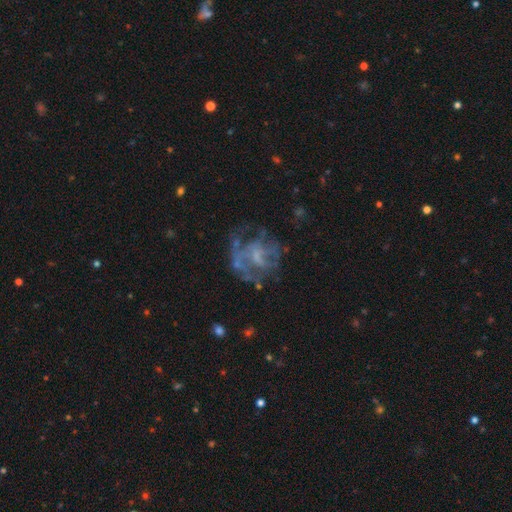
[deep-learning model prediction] A featured or disk galaxy (69%) with no bar (63%), no spiral arms (51%) and no central bulge (49%).

Vote fractions:
- Smooth or featured? featured or disk: 69% / smooth: 19% / star or artifact: 13%
- Edge-on disk? no: 98% / yes: 2%
- Bar? no: 63% / weak: 30% / strong: 7%
- Spiral arms? no: 51% / yes: 49%
- Bulge size? none: 49% / small: 26% / moderate: 20% / large: 3% / dominant: 1%
- Merging? none: 49% / major disturbance: 29% / minor disturbance: 19% / merger: 4%